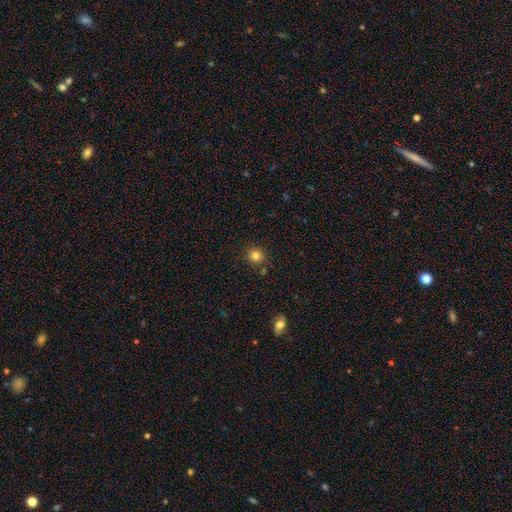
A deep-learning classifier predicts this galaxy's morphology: Smooth or featured? Predicted: smooth (p=0.82). How rounded? Predicted: round (p=0.90). Merging? Predicted: none (p=0.85).